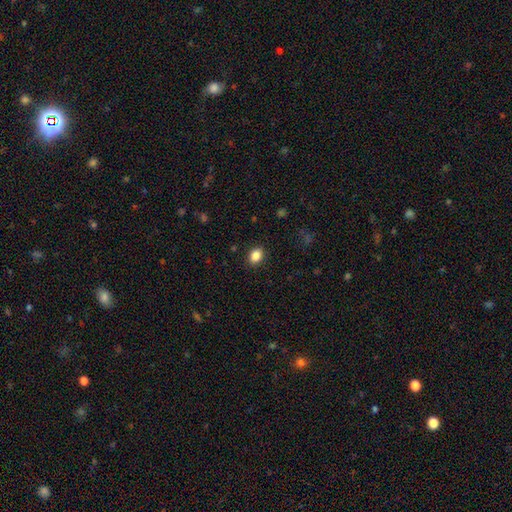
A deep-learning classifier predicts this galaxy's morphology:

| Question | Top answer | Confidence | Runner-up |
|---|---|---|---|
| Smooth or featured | smooth | 86% | star or artifact (9%) |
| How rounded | in between | 69% | round (30%) |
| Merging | none | 89% | minor disturbance (8%) |